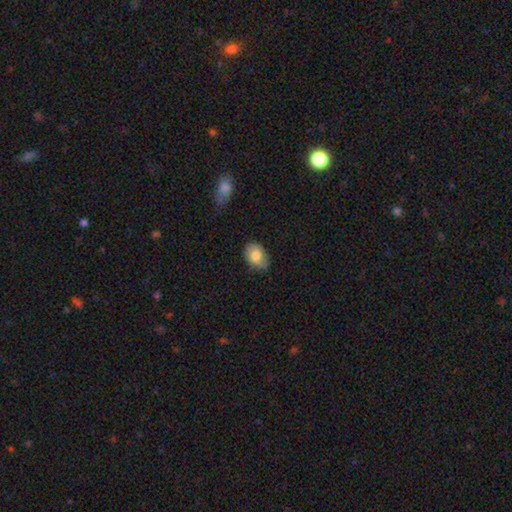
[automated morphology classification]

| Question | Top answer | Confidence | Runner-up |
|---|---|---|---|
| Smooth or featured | smooth | 78% | featured or disk (15%) |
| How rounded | in between | 78% | round (21%) |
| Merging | none | 68% | minor disturbance (26%) |